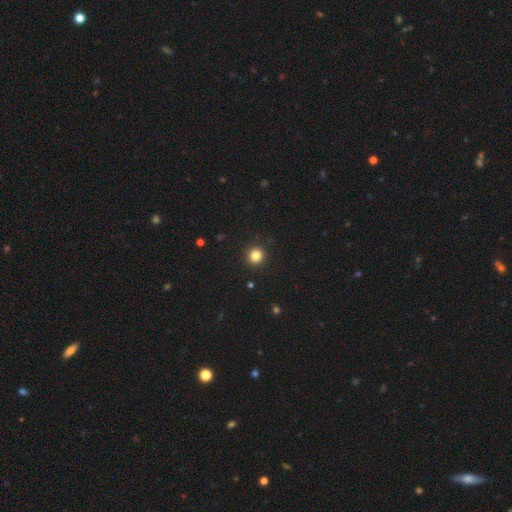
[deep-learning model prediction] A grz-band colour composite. It shows a smooth galaxy with no disk features (83%) that is round (94%). Merging: none (93%).